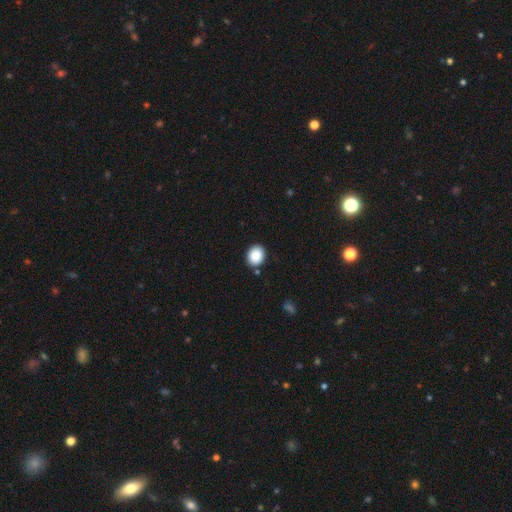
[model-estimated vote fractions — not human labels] smooth_or_featured: smooth (p=0.88) [alt: star or artifact p=0.08]
how_rounded: round (p=0.64) [alt: in between p=0.35]
merging: none (p=0.87) [alt: minor disturbance p=0.08]